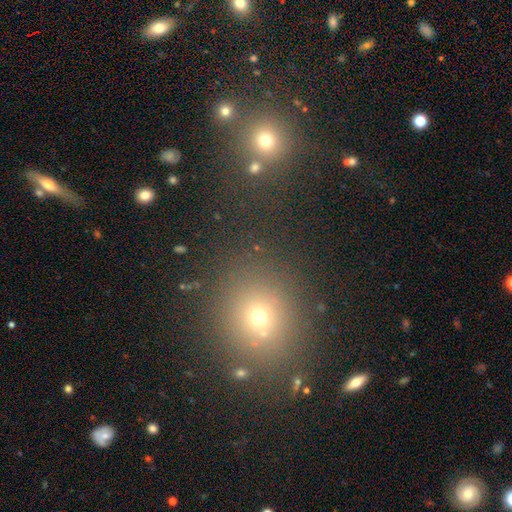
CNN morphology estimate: Smooth or featured? Predicted: smooth (p=0.54). How rounded? Predicted: round (p=0.75). Merging? Predicted: none (p=0.84).